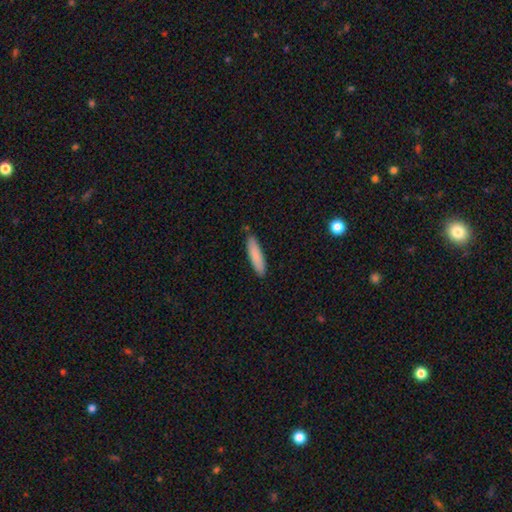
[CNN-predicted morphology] smooth_or_featured: smooth (p=0.84) [alt: featured or disk p=0.10]
how_rounded: cigar-shaped (p=0.78) [alt: in between p=0.20]
merging: none (p=0.86) [alt: minor disturbance p=0.10]